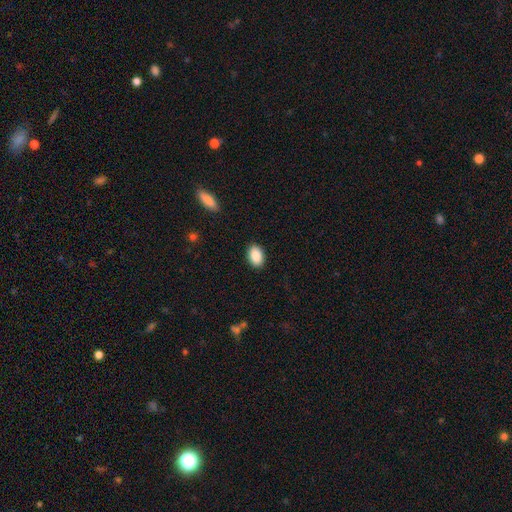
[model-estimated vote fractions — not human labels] A smooth galaxy with no disk features (89%) that is in between round and cigar-shaped (88%). Merging: none (90%).